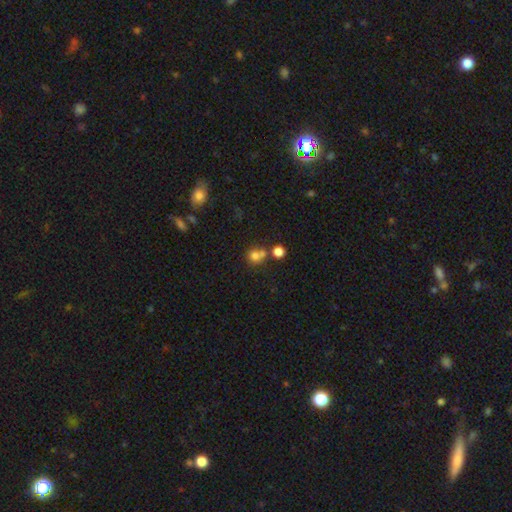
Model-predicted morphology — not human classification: This appears to be a smooth galaxy with no disk features (74%) that is round (87%). Merging: none (50%).